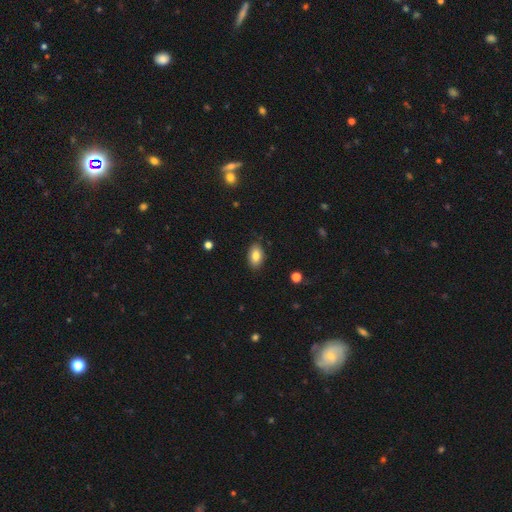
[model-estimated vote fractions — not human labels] Morphology: type=smooth (83%); roundness=in between (91%); merging=none (86%).